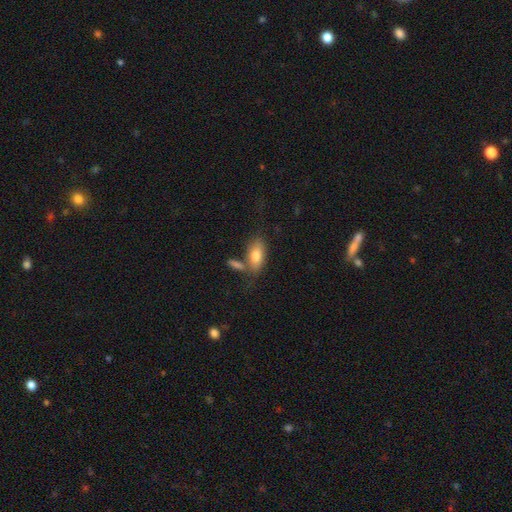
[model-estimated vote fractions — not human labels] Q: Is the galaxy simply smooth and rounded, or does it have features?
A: smooth — 77%.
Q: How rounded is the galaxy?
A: in between — 87%.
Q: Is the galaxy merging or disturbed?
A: none — 57%.